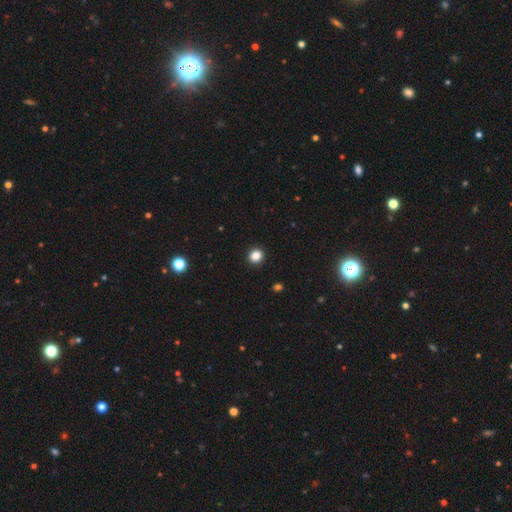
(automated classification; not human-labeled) Smooth or featured?
  - smooth: 85% *
  - star or artifact: 12%
  - featured or disk: 3%
How rounded?
  - round: 83% *
  - in between: 16%
  - cigar-shaped: 1%
Merging?
  - none: 93% *
  - minor disturbance: 5%
  - major disturbance: 2%
  - merger: 1%